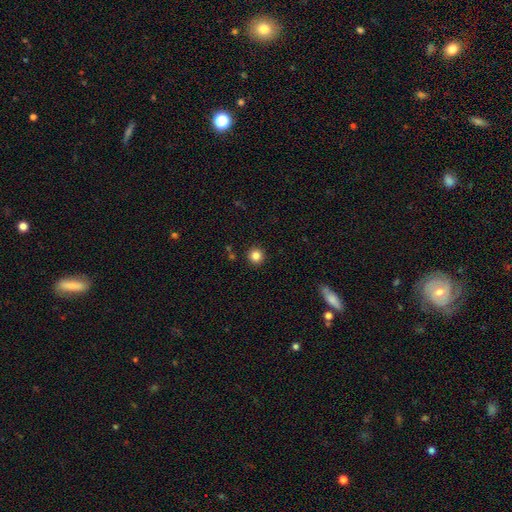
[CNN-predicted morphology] Smooth or featured?
  - smooth: 85% *
  - star or artifact: 11%
  - featured or disk: 4%
How rounded?
  - round: 96% *
  - in between: 3%
  - cigar-shaped: 1%
Merging?
  - none: 92% *
  - minor disturbance: 5%
  - merger: 2%
  - major disturbance: 2%